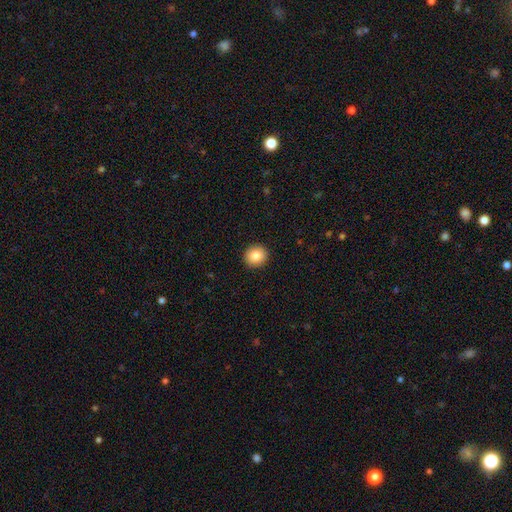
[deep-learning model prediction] A smooth galaxy with no disk features (85%) that is round (89%). Merging: none (93%).